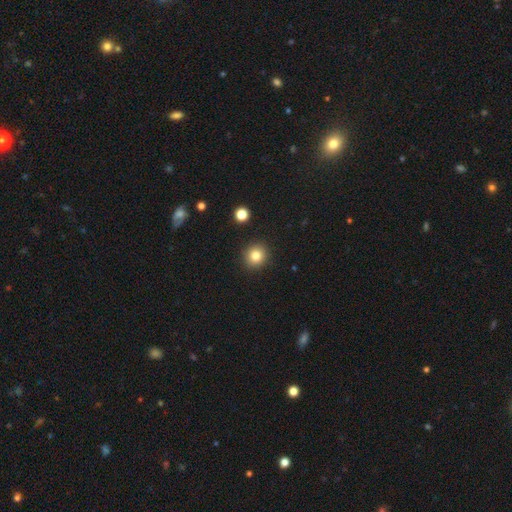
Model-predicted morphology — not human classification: Smooth or featured: smooth — 82% (star or artifact — 12%)
How rounded: round — 89% (in between — 10%)
Merging: none — 91% (minor disturbance — 6%)